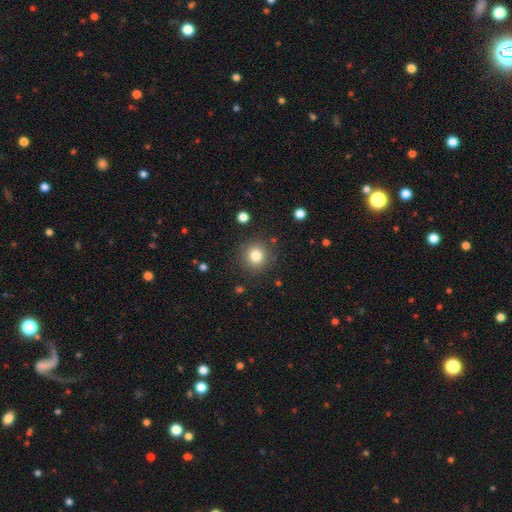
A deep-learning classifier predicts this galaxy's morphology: Smooth or featured? Predicted: smooth (p=0.81). How rounded? Predicted: round (p=0.93). Merging? Predicted: none (p=0.87).